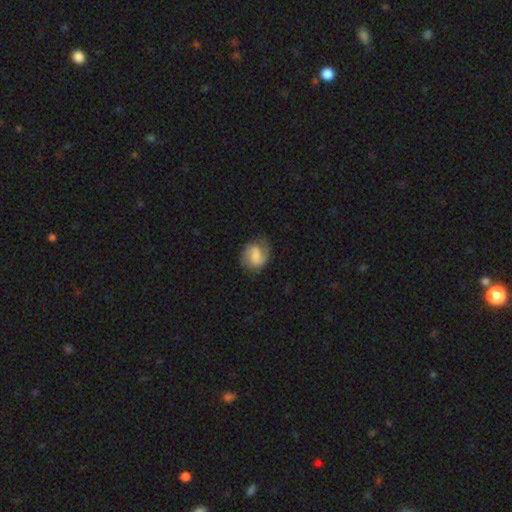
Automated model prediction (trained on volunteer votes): Smooth or featured?
  - featured or disk: 57% *
  - smooth: 35%
  - star or artifact: 7%
Edge-on disk?
  - no: 98% *
  - yes: 2%
Bar?
  - weak: 50% *
  - no: 33%
  - strong: 17%
Spiral arms?
  - yes: 91% *
  - no: 9%
Spiral winding?
  - medium: 48% *
  - loose: 28%
  - tight: 24%
Spiral arm count?
  - 2: 85% *
  - can't tell: 6%
  - 1: 5%
  - 3: 1%
  - 4: 1%
  - more than 4: 1%
Bulge size?
  - none: 33% *
  - small: 29%
  - moderate: 25%
  - large: 10%
  - dominant: 2%
Merging?
  - none: 73% *
  - minor disturbance: 18%
  - major disturbance: 7%
  - merger: 1%